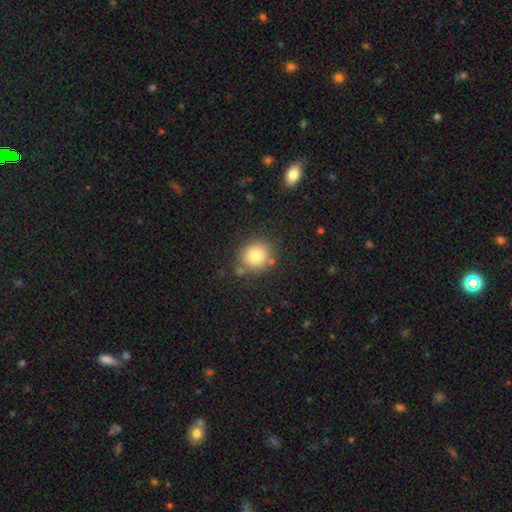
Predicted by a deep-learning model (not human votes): Smooth or featured: smooth — 82% (star or artifact — 10%)
How rounded: round — 89% (in between — 10%)
Merging: none — 79% (minor disturbance — 11%)